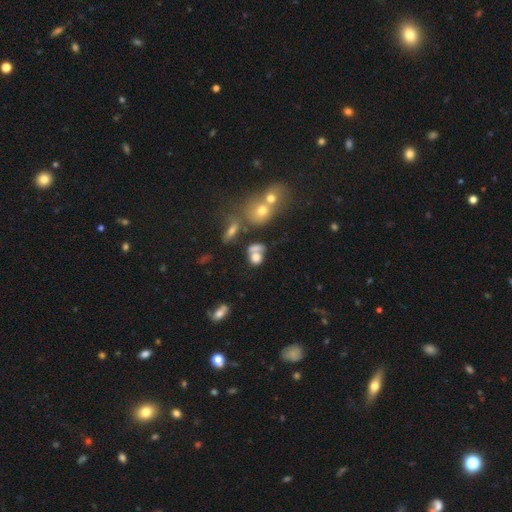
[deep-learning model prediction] A smooth galaxy with no disk features (69%) that is round (53%).

Vote fractions:
- Smooth or featured? smooth: 69% / star or artifact: 16% / featured or disk: 15%
- How rounded? round: 53% / in between: 44% / cigar-shaped: 3%
- Merging? merger: 45% / none: 31% / minor disturbance: 13% / major disturbance: 11%